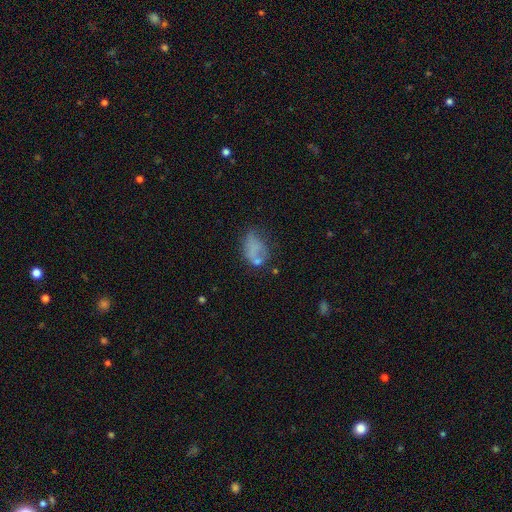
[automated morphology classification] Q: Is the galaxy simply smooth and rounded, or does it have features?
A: smooth — 60%.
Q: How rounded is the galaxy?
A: in between — 78%.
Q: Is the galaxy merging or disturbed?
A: none — 36%.